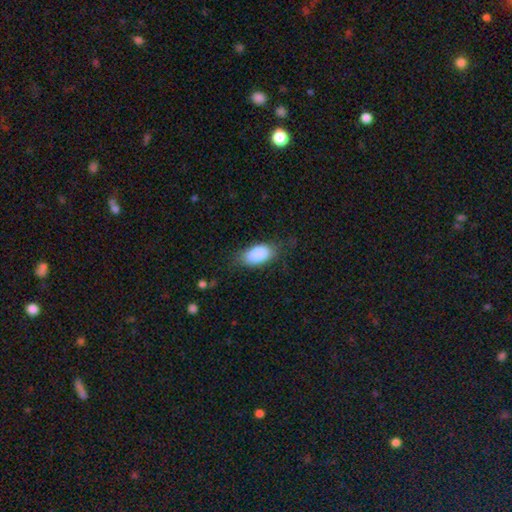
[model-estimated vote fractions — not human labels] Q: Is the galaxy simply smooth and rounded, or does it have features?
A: smooth — 86%.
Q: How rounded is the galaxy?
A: in between — 92%.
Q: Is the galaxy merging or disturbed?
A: none — 66%.